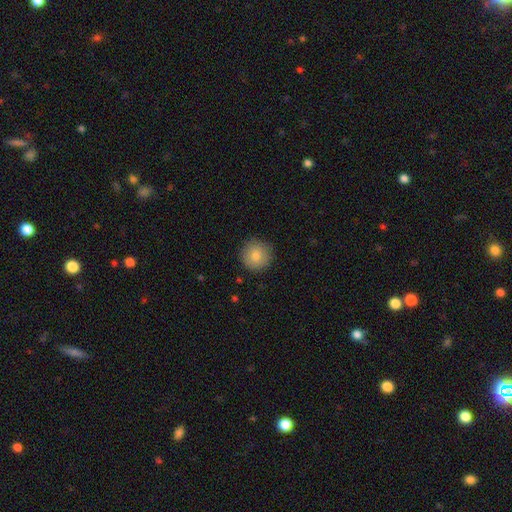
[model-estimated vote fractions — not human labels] Morphology: type=smooth (81%); roundness=round (96%); merging=none (90%).